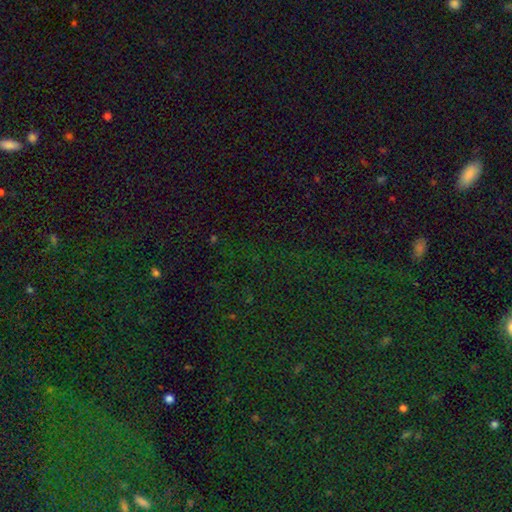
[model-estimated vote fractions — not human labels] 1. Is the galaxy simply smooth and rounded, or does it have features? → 81% star or artifact, 11% smooth, 8% featured or disk.